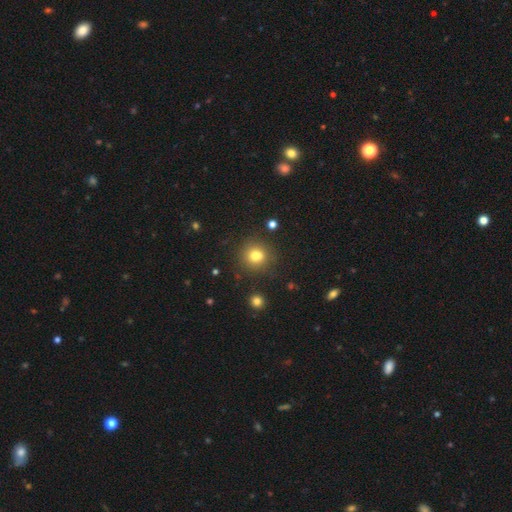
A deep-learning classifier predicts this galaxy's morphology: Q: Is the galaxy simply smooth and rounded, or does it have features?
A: smooth — 78%.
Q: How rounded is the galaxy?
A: round — 85%.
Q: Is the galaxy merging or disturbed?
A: none — 77%.